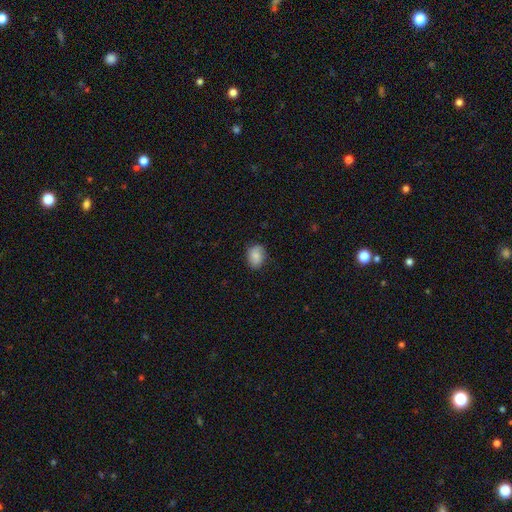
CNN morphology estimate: Smooth or featured?
  - smooth: 83% *
  - featured or disk: 9%
  - star or artifact: 8%
How rounded?
  - in between: 63% *
  - round: 36%
  - cigar-shaped: 1%
Merging?
  - none: 80% *
  - minor disturbance: 16%
  - major disturbance: 3%
  - merger: 1%